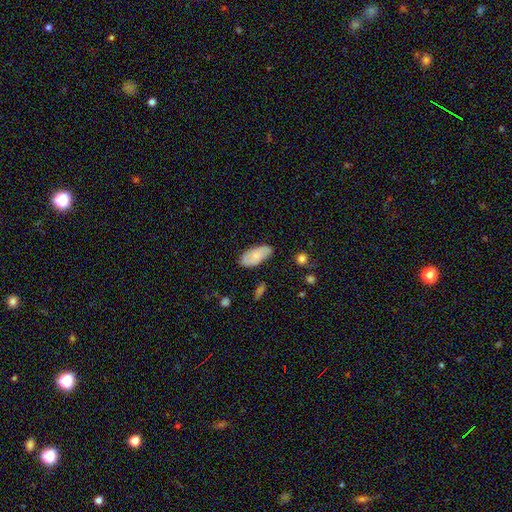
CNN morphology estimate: Smooth or featured? Predicted: smooth (p=0.73). How rounded? Predicted: in between (p=0.90). Merging? Predicted: none (p=0.80).